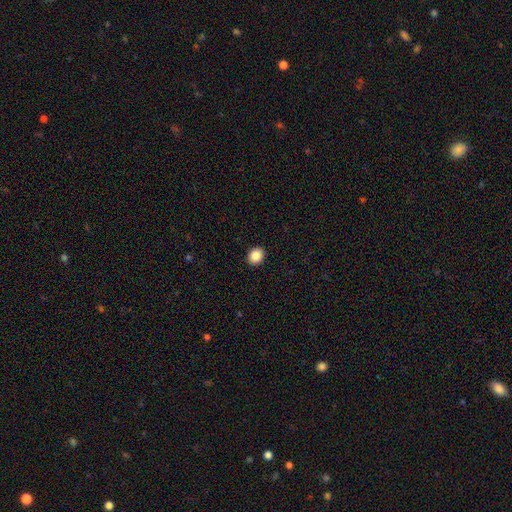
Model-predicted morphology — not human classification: The model was most divided on "how rounded": round: 61%, in between: 38%, cigar-shaped: 1%. More confident: merging — none (92%); smooth or featured — smooth (87%).